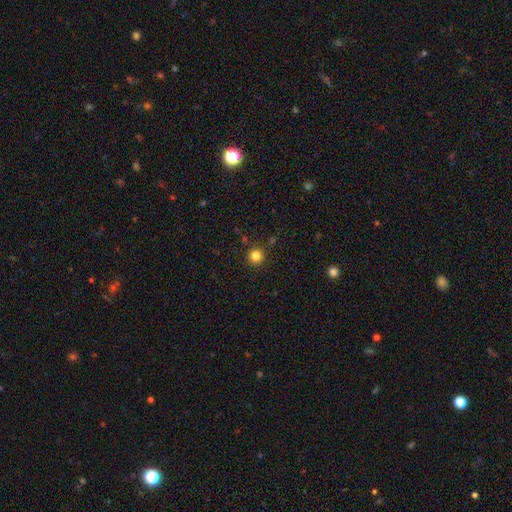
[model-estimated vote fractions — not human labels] smooth_or_featured: smooth (p=0.83) [alt: star or artifact p=0.13]
how_rounded: round (p=0.95) [alt: in between p=0.04]
merging: none (p=0.90) [alt: minor disturbance p=0.06]